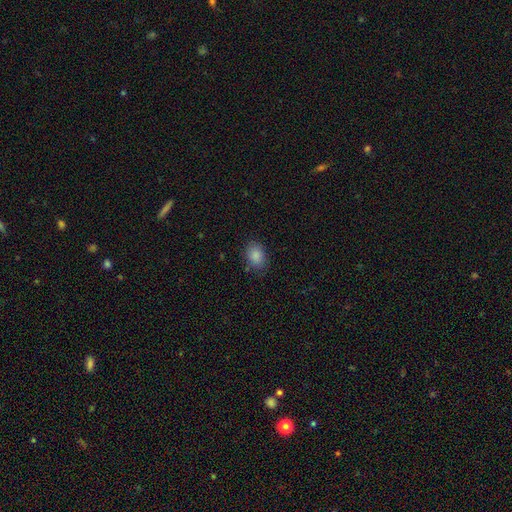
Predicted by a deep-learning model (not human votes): Smooth or featured? Predicted: smooth (p=0.87). How rounded? Predicted: in between (p=0.76). Merging? Predicted: none (p=0.80).